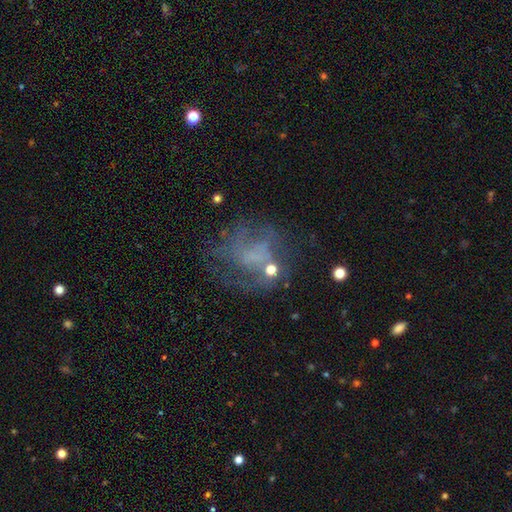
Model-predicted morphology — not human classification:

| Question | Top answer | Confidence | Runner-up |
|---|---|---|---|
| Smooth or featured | featured or disk | 55% | smooth (23%) |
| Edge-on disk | no | 98% | yes (2%) |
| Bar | no | 75% | weak (20%) |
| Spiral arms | yes | 51% | no (49%) |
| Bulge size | none | 63% | small (21%) |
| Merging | none | 49% | major disturbance (28%) |